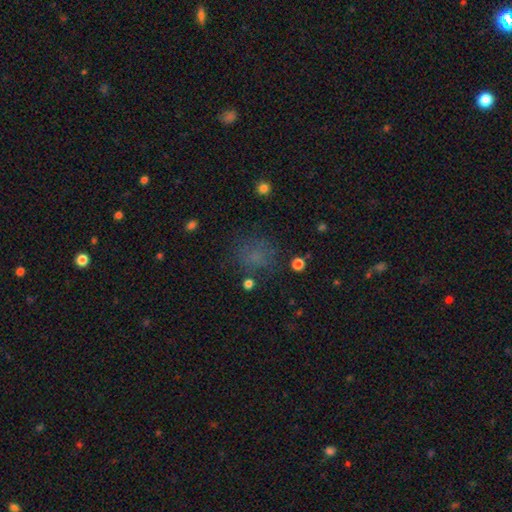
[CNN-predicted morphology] This appears to be a smooth galaxy with no disk features (62%) that is round (75%). Merging: none (70%).